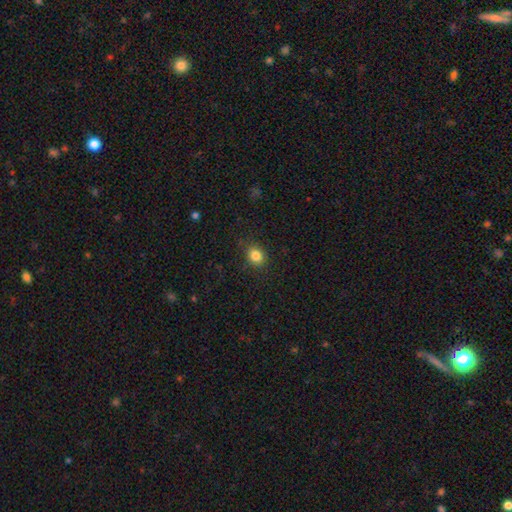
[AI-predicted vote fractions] Smooth or featured: smooth — 84% (star or artifact — 11%)
How rounded: round — 54% (in between — 45%)
Merging: none — 85% (minor disturbance — 11%)